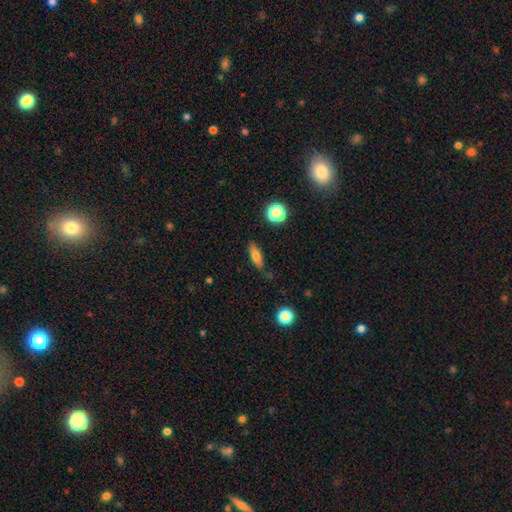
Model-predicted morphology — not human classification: Smooth or featured: smooth — 70% (featured or disk — 21%)
How rounded: in between — 55% (cigar-shaped — 39%)
Merging: none — 78% (minor disturbance — 15%)